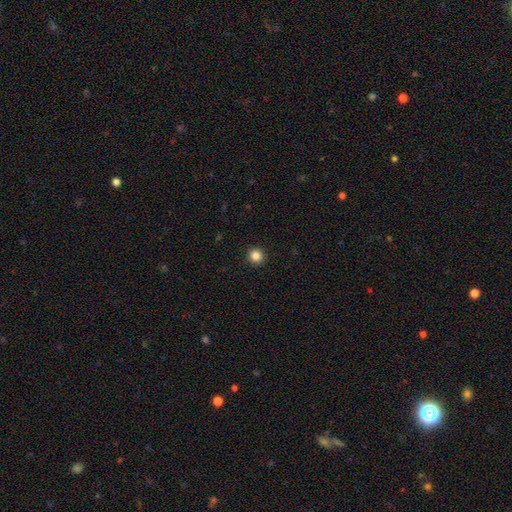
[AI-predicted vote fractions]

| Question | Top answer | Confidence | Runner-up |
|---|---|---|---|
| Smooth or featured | smooth | 85% | star or artifact (11%) |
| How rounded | round | 95% | in between (4%) |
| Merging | none | 93% | minor disturbance (4%) |